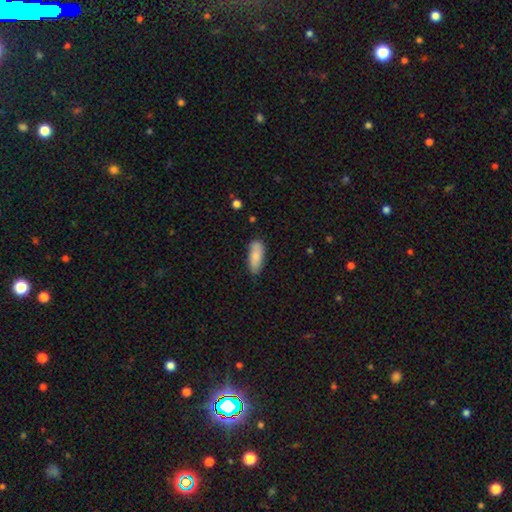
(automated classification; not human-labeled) Smooth or featured? smooth (83%)
How rounded? in between (75%)
Merging? none (79%)